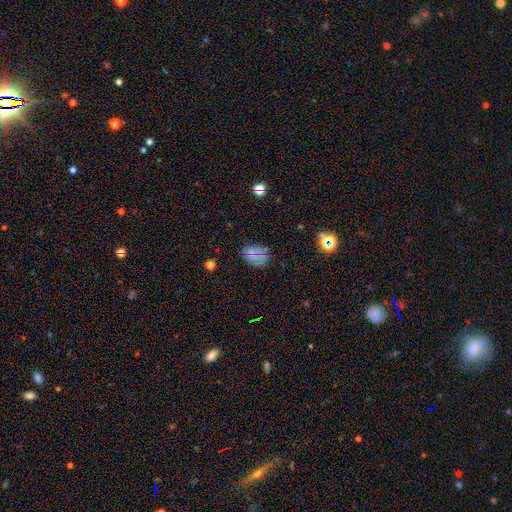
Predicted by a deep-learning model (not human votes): Smooth or featured: smooth — 54% (star or artifact — 25%)
How rounded: in between — 67% (round — 31%)
Merging: none — 67% (minor disturbance — 20%)